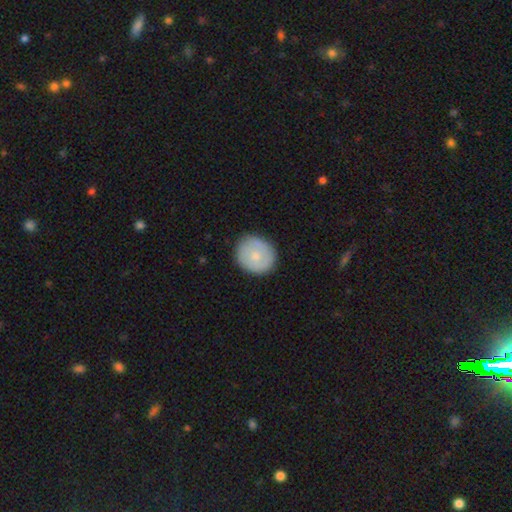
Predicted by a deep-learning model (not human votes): Smooth or featured: smooth — 71% (featured or disk — 22%)
How rounded: round — 84% (in between — 15%)
Merging: none — 83% (minor disturbance — 12%)